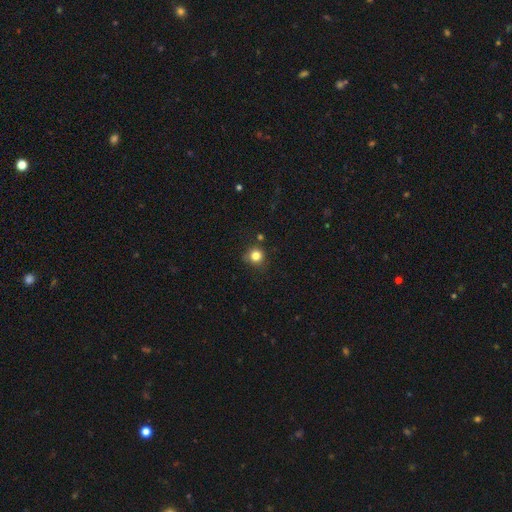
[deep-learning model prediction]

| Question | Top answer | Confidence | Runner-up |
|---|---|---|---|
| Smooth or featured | smooth | 81% | star or artifact (13%) |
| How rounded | round | 89% | in between (10%) |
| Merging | none | 76% | minor disturbance (16%) |